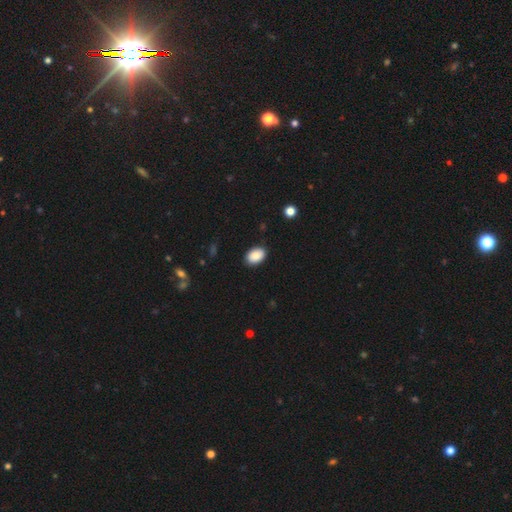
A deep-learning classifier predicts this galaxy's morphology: Smooth or featured?
  - smooth: 87% *
  - star or artifact: 7%
  - featured or disk: 5%
How rounded?
  - in between: 86% *
  - round: 12%
  - cigar-shaped: 1%
Merging?
  - none: 88% *
  - minor disturbance: 9%
  - major disturbance: 2%
  - merger: 1%